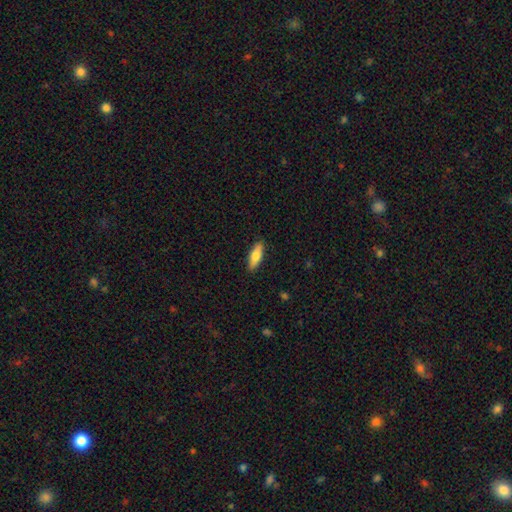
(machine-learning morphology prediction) Smooth or featured: smooth — 72% (featured or disk — 22%)
How rounded: in between — 53% (cigar-shaped — 45%)
Merging: none — 88% (minor disturbance — 9%)